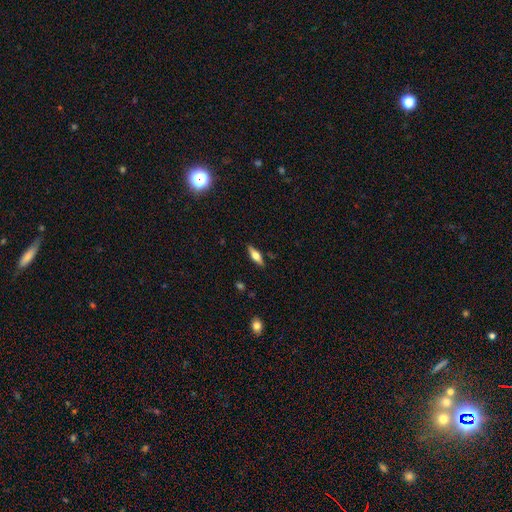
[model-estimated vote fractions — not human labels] Morphology: type=featured or disk (48%); merging=none (87%).